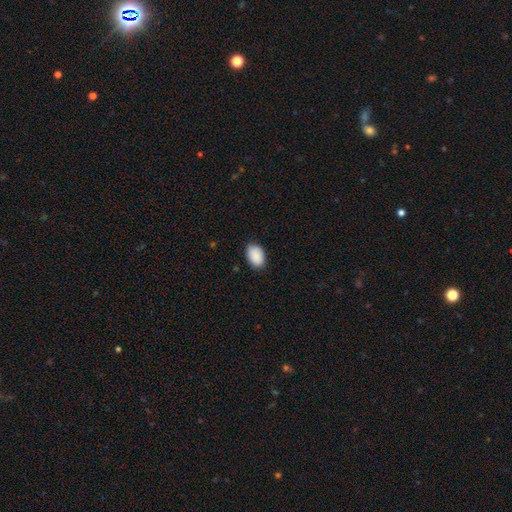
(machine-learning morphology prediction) A smooth galaxy with no disk features (90%) that is in between round and cigar-shaped (88%). Merging: none (85%).